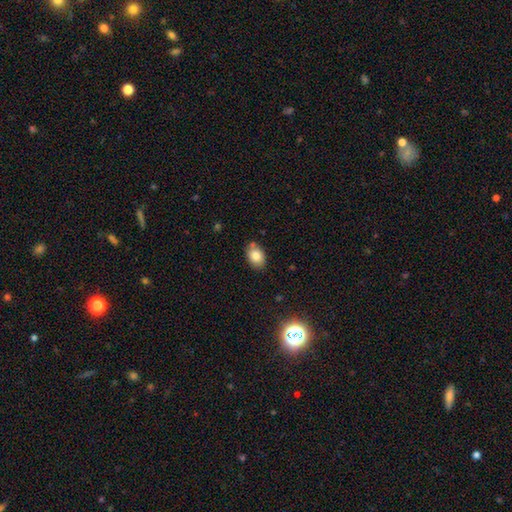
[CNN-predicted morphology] smooth 82%, featured or disk 9%, star or artifact 9%. Down the decision tree: how rounded — in between (82%); merging — none (76%).